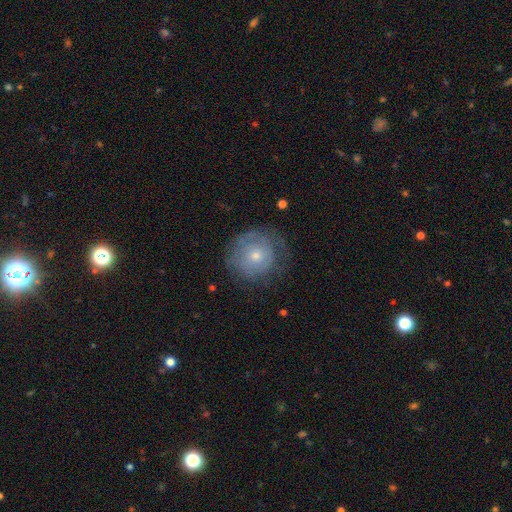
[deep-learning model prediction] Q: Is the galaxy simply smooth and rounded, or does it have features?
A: featured or disk — 47%.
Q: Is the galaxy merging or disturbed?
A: none — 67%.